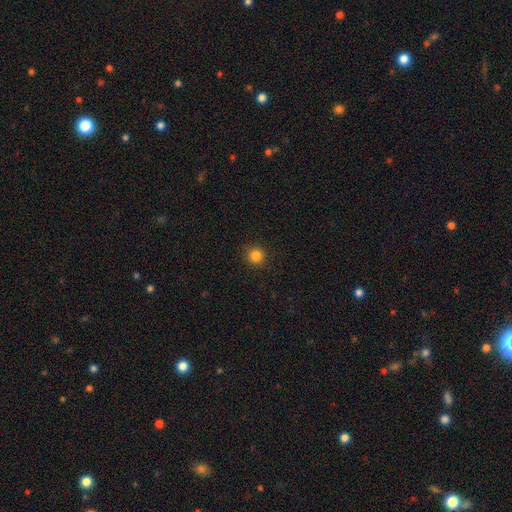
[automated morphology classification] Smooth or featured? smooth (84%)
How rounded? round (95%)
Merging? none (92%)